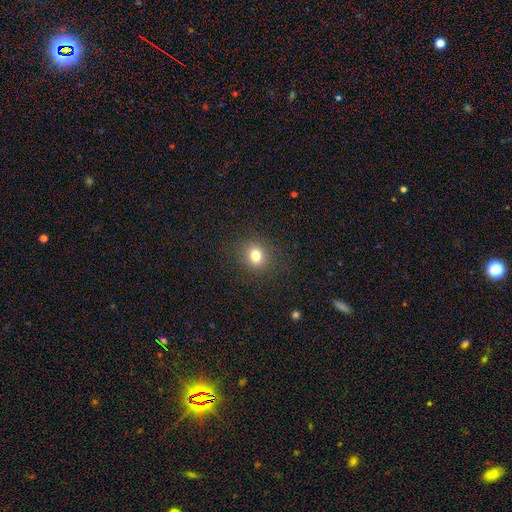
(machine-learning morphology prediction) smooth_or_featured: smooth (p=0.79) [alt: star or artifact p=0.13]
how_rounded: round (p=0.74) [alt: in between p=0.25]
merging: none (p=0.88) [alt: minor disturbance p=0.08]